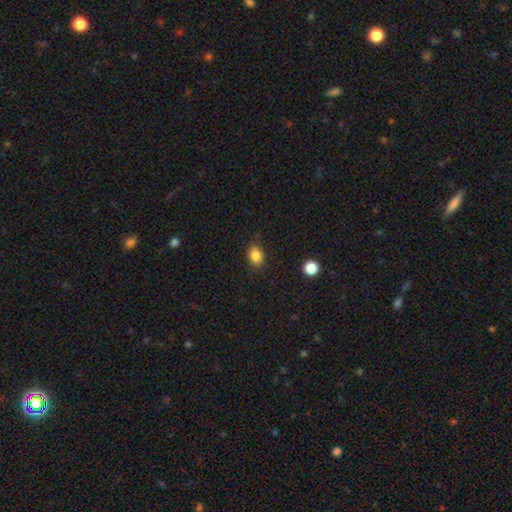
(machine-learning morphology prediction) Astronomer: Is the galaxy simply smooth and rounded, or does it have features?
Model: smooth — 85%.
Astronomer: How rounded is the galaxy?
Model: in between — 60% (runner-up: round, 39%).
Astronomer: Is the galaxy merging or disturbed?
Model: none — 84%.